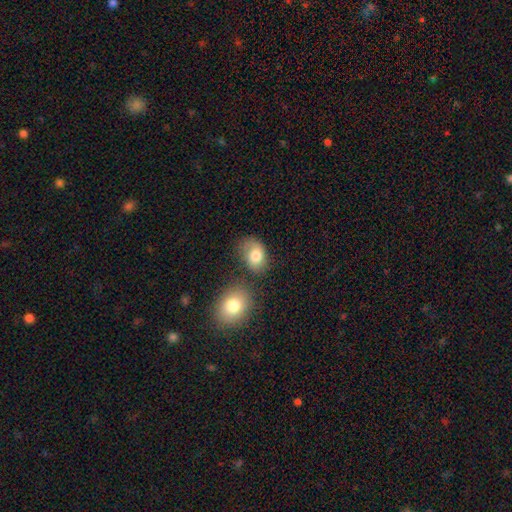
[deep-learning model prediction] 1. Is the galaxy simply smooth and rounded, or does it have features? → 78% smooth, 13% featured or disk, 9% star or artifact.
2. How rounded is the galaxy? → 71% in between, 27% round, 1% cigar-shaped.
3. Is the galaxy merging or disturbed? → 59% none, 20% minor disturbance, 14% merger, 7% major disturbance.